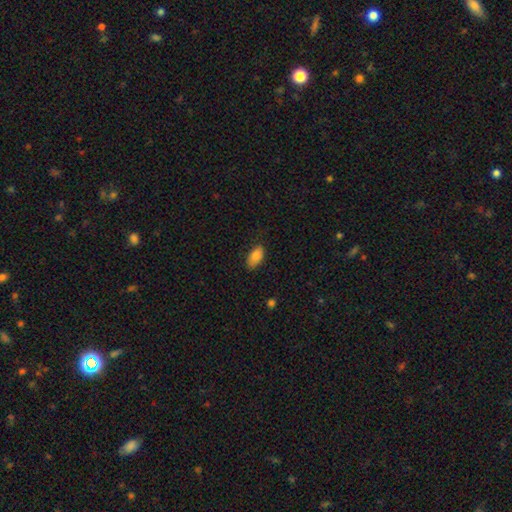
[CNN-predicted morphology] Smooth or featured? Predicted: smooth (p=0.85). How rounded? Predicted: in between (p=0.92). Merging? Predicted: none (p=0.79).